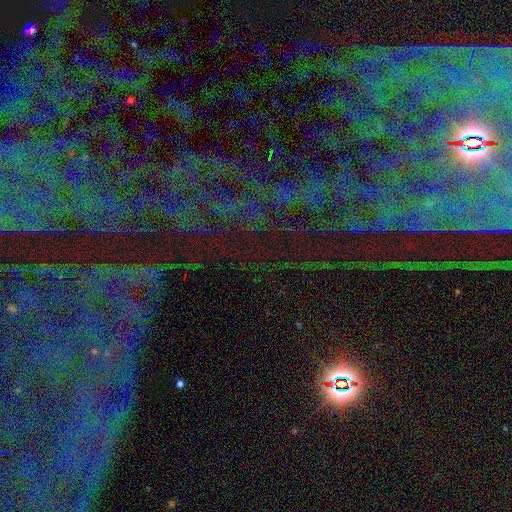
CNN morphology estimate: A star or artifact, not a galaxy (77%).